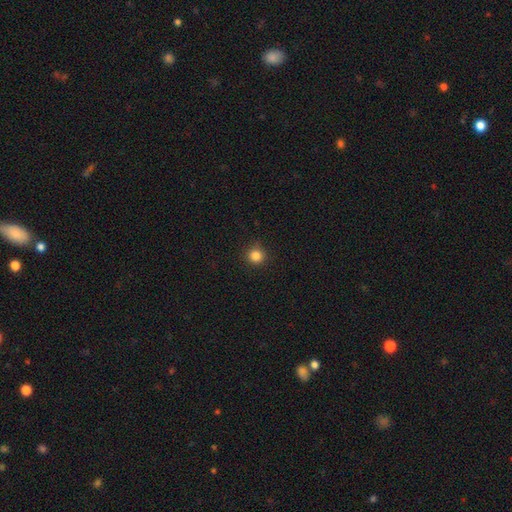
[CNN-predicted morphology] smooth-or-featured: smooth: 84% | star or artifact: 12% | featured or disk: 4%
  how-rounded: round: 94% | in between: 5% | cigar-shaped: 1%
  merging: none: 90% | minor disturbance: 7% | major disturbance: 2% | merger: 1%